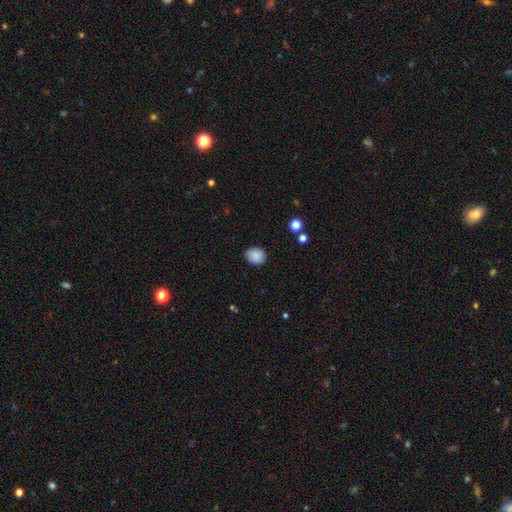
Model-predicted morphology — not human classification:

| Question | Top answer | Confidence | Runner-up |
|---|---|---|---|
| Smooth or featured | smooth | 87% | star or artifact (8%) |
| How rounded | round | 66% | in between (33%) |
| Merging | none | 83% | minor disturbance (14%) |